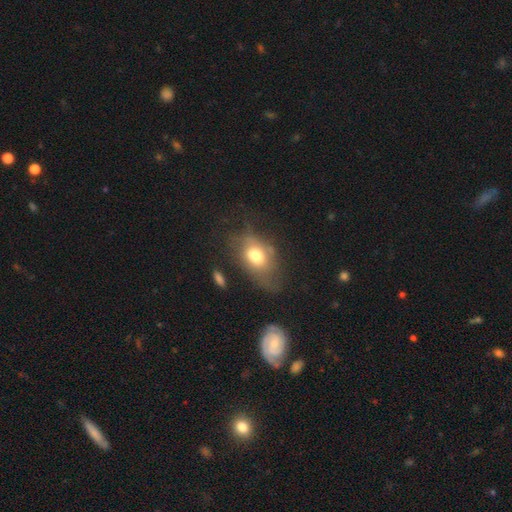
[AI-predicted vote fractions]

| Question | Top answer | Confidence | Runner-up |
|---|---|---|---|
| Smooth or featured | smooth | 65% | featured or disk (25%) |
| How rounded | in between | 81% | round (16%) |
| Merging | none | 38% | major disturbance (29%) |